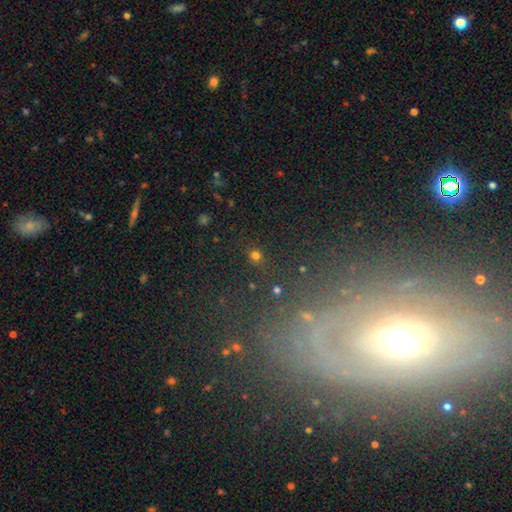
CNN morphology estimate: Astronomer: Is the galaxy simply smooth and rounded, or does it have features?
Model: smooth — 71%.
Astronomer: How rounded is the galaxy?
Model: round — 89%.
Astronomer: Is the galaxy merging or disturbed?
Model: none — 85%.